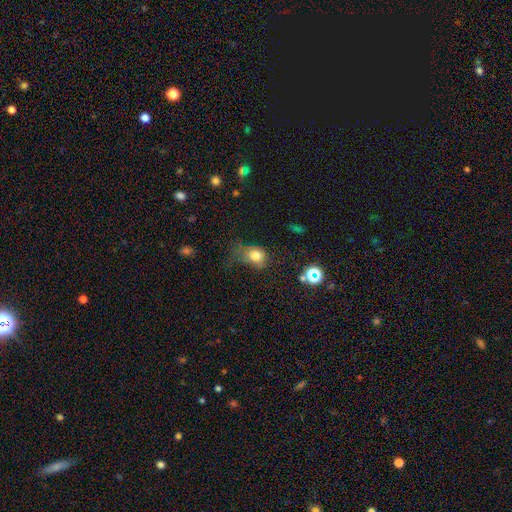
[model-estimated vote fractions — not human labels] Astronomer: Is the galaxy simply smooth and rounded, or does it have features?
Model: smooth — 76%.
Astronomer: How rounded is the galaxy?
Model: round — 54% (runner-up: in between, 45%).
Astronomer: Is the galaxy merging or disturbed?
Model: none — 35% (runner-up: minor disturbance, 31%).